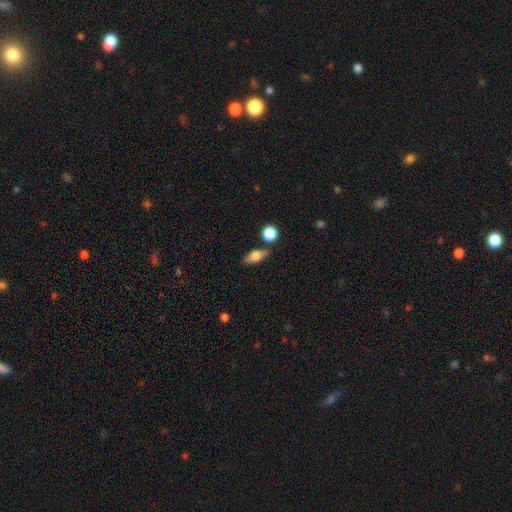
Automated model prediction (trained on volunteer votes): smooth-or-featured: smooth: 57% | featured or disk: 35% | star or artifact: 8%
  how-rounded: in between: 67% | cigar-shaped: 23% | round: 11%
  merging: none: 77% | minor disturbance: 11% | merger: 8% | major disturbance: 3%